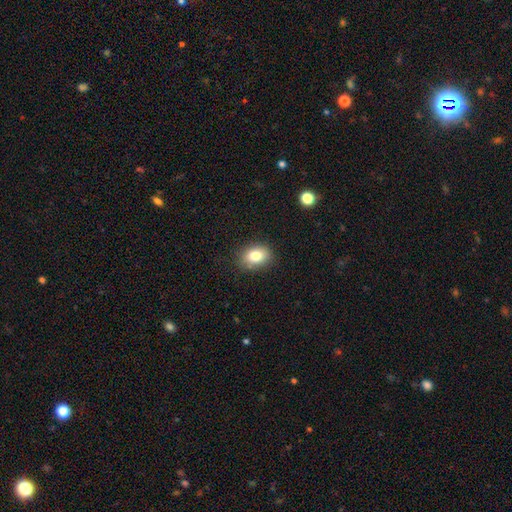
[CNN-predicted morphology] Overall: smooth (83%). How rounded: in between (72%). Merging: none (82%).